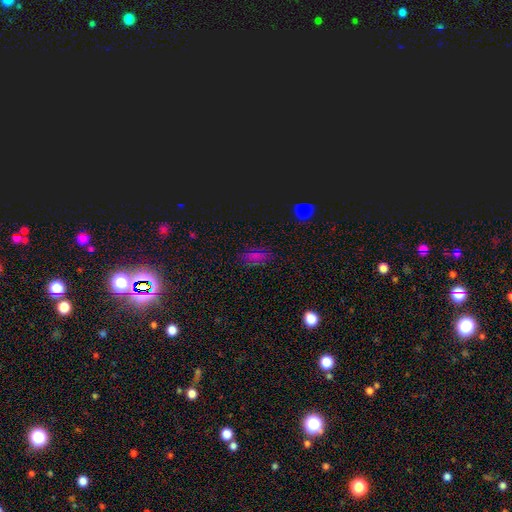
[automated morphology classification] type=smooth (64%); roundness=in between (84%); merging=none (82%).